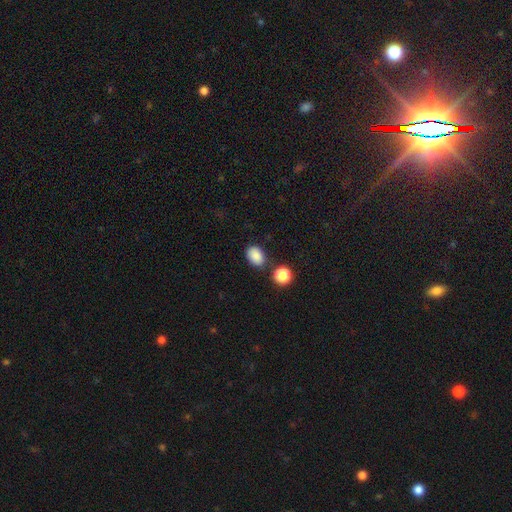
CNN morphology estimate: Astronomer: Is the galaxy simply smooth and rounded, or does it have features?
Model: smooth — 86%.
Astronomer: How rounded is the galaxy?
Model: in between — 78%.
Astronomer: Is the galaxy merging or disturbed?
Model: none — 76%.